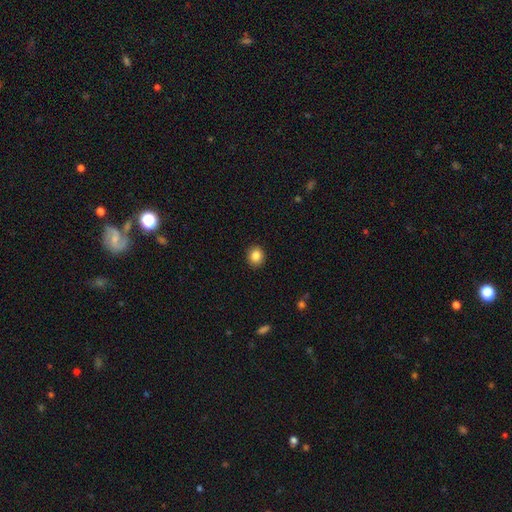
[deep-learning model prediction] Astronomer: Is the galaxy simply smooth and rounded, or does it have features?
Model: smooth — 86%.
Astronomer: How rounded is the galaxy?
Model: round — 75%.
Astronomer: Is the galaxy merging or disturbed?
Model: none — 91%.